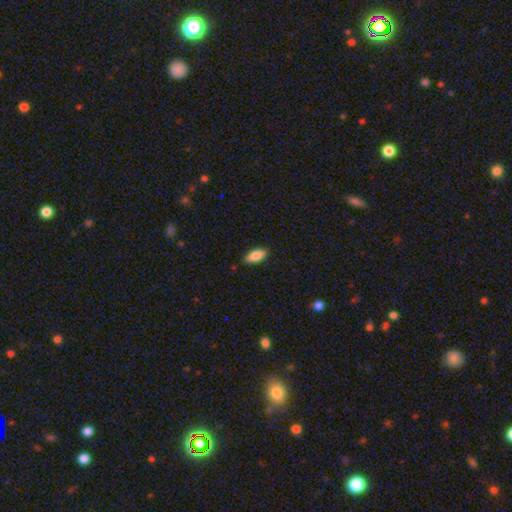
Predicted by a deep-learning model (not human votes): smooth-or-featured: smooth: 82% | featured or disk: 11% | star or artifact: 7%
  how-rounded: in between: 86% | cigar-shaped: 12% | round: 3%
  merging: none: 84% | minor disturbance: 12% | major disturbance: 2% | merger: 1%